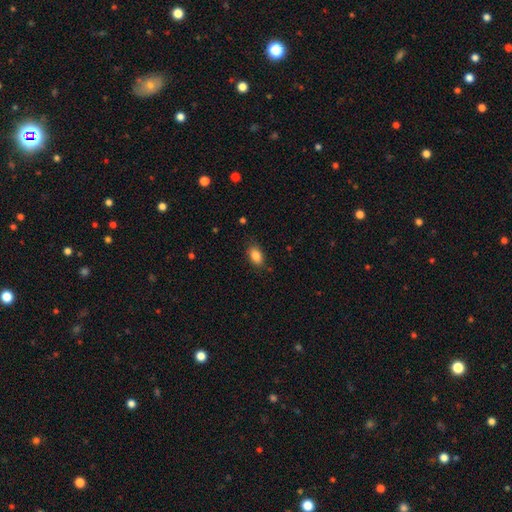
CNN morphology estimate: Smooth or featured?
  - smooth: 86% *
  - star or artifact: 8%
  - featured or disk: 6%
How rounded?
  - in between: 89% *
  - round: 8%
  - cigar-shaped: 2%
Merging?
  - none: 82% *
  - minor disturbance: 14%
  - major disturbance: 3%
  - merger: 1%